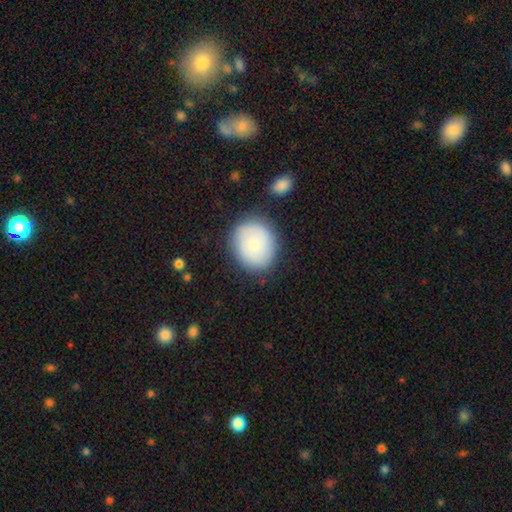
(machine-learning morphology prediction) Smooth or featured? smooth (73%)
How rounded? round (73%)
Merging? none (79%)